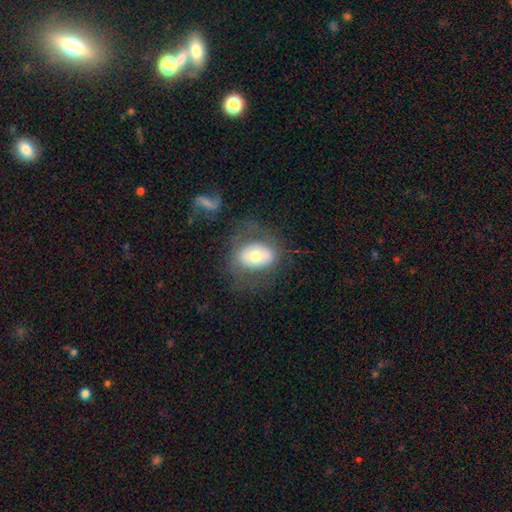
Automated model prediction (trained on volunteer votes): Smooth or featured? Predicted: smooth (p=0.52). How rounded? Predicted: in between (p=0.66). Merging? Predicted: none (p=0.60).